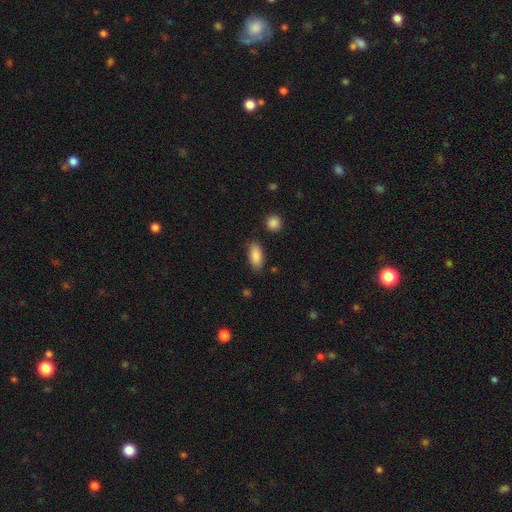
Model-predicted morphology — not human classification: Smooth or featured? smooth (87%)
How rounded? in between (86%)
Merging? none (82%)